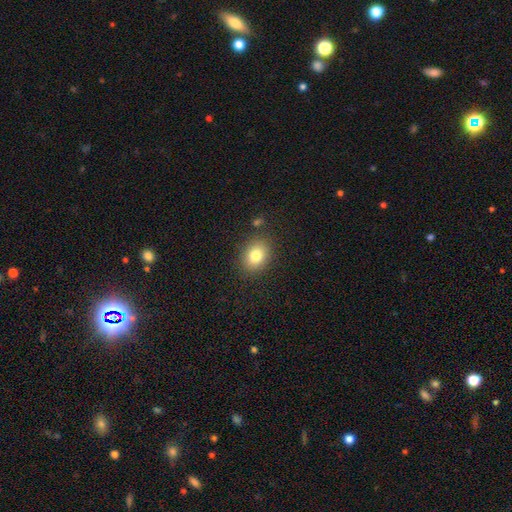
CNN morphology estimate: Smooth or featured? smooth (81%)
How rounded? in between (58%)
Merging? none (85%)